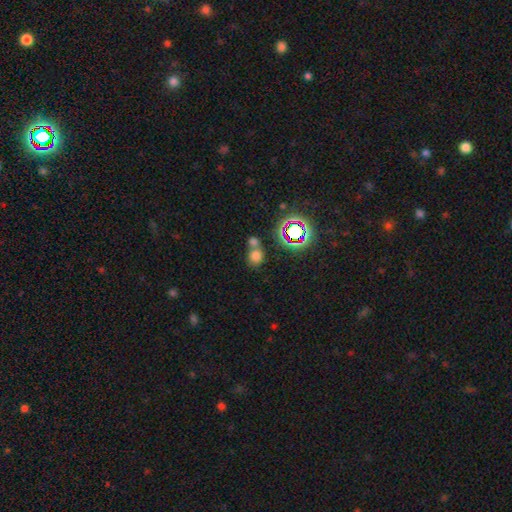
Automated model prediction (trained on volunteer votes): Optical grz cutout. It shows a smooth galaxy with no disk features (68%) that is round (70%). Merging: none (50%).